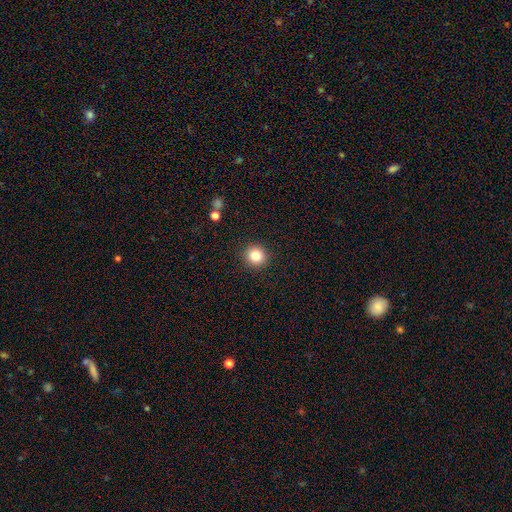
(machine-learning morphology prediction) This appears to be a smooth galaxy with no disk features (83%) that is round (92%). Merging: none (91%).